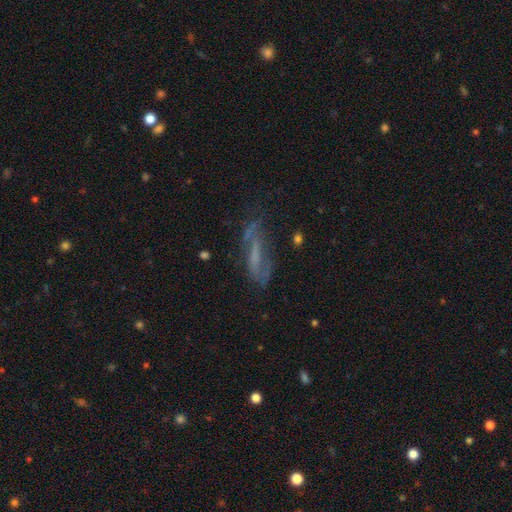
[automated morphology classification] A featured or disk galaxy (59%).

Vote fractions:
- Smooth or featured? featured or disk: 59% / smooth: 27% / star or artifact: 14%
- Edge-on disk? no: 75% / yes: 25%
- Merging? none: 53% / minor disturbance: 24% / major disturbance: 20% / merger: 4%